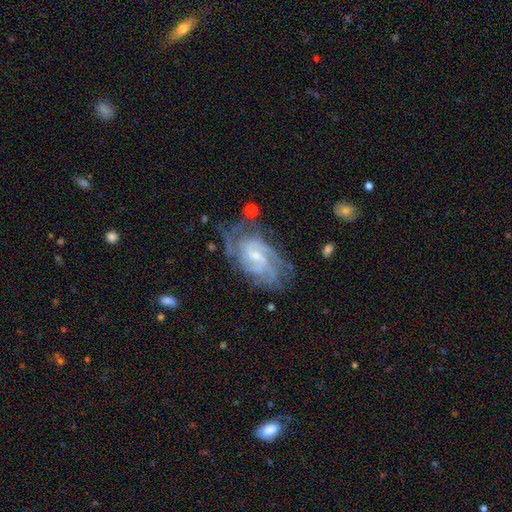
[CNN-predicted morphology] A featured or disk galaxy (87%) with a weak bar (45%), tight (61%) spiral arms (97%) and a small central bulge (61%).

Vote fractions:
- Smooth or featured? featured or disk: 87% / smooth: 7% / star or artifact: 6%
- Edge-on disk? no: 97% / yes: 3%
- Bar? weak: 45% / no: 44% / strong: 11%
- Spiral arms? yes: 97% / no: 3%
- Spiral winding? tight: 61% / medium: 33% / loose: 6%
- Spiral arm count? can't tell: 25% / 2: 24% / 3: 23% / 4: 16% / more than 4: 6% / 1: 6%
- Bulge size? small: 61% / moderate: 31% / none: 5% / large: 2% / dominant: 1%
- Merging? none: 65% / minor disturbance: 22% / major disturbance: 10% / merger: 3%